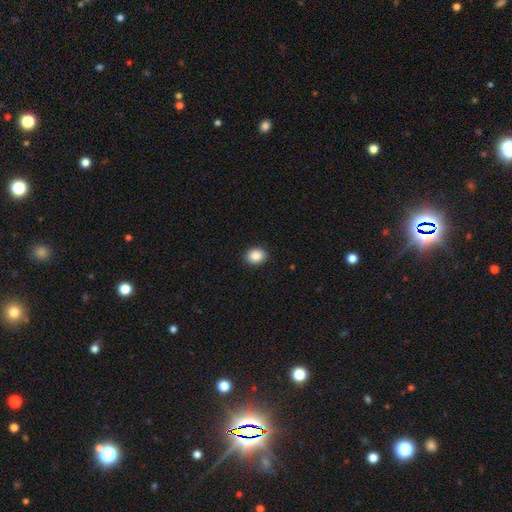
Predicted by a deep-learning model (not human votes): This appears to be a smooth galaxy with no disk features (88%) that is in between round and cigar-shaped (53%). Merging: none (91%).